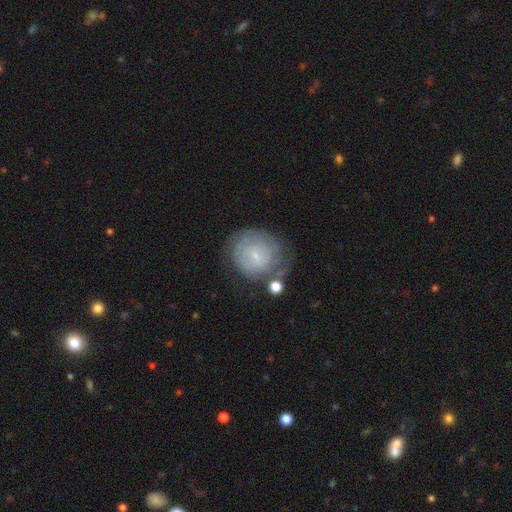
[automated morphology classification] type=featured or disk (57%); edge-on=no (97%); bar=no (57%); spiral arms=yes (76%); bulge=small (81%); merging=none (60%).